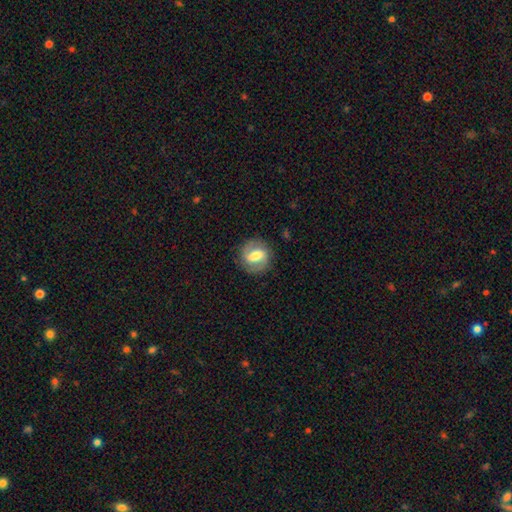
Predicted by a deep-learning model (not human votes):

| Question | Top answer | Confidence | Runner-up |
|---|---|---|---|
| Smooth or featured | featured or disk | 61% | smooth (32%) |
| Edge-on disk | no | 96% | yes (4%) |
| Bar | strong | 43% | weak (42%) |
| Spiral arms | yes | 81% | no (19%) |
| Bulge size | moderate | 47% | large (29%) |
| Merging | none | 83% | minor disturbance (11%) |